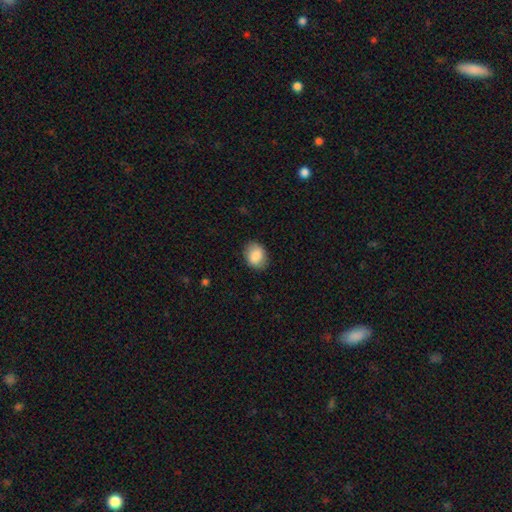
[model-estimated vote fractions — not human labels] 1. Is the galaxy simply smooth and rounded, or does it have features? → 85% smooth, 8% featured or disk, 7% star or artifact.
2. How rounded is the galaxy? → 64% in between, 35% round, 1% cigar-shaped.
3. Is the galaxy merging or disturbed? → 84% none, 12% minor disturbance, 3% major disturbance, 1% merger.